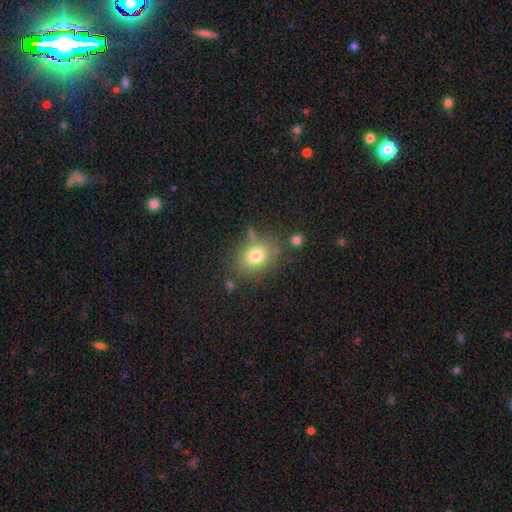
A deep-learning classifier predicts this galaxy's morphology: type=smooth (76%); roundness=round (51%); merging=none (71%).